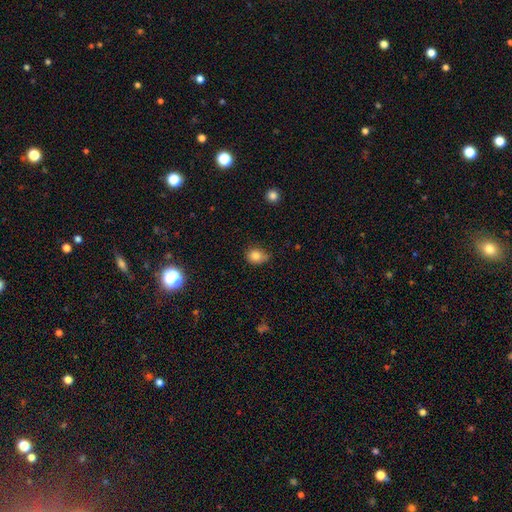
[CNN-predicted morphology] smooth_or_featured: smooth (p=0.83) [alt: star or artifact p=0.11]
how_rounded: round (p=0.52) [alt: in between p=0.47]
merging: none (p=0.60) [alt: minor disturbance p=0.32]